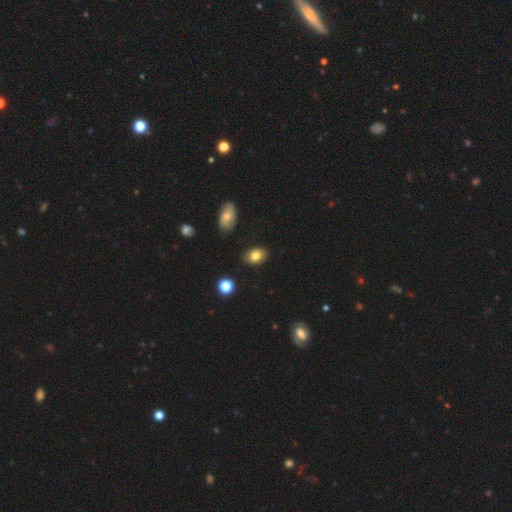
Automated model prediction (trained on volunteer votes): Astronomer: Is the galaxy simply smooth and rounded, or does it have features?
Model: smooth — 81%.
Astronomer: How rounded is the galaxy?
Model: in between — 75%.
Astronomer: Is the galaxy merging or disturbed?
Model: none — 86%.